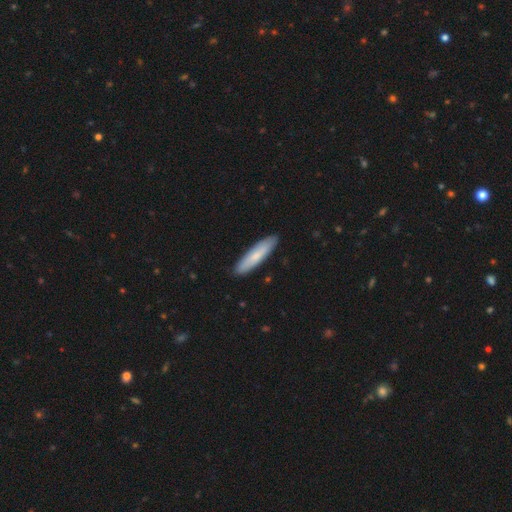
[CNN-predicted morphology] A smooth galaxy with no disk features (74%) that is cigar-shaped (77%).

Vote fractions:
- Smooth or featured? smooth: 74% / featured or disk: 21% / star or artifact: 5%
- How rounded? cigar-shaped: 77% / in between: 22% / round: 1%
- Merging? none: 90% / minor disturbance: 7% / major disturbance: 1% / merger: 1%